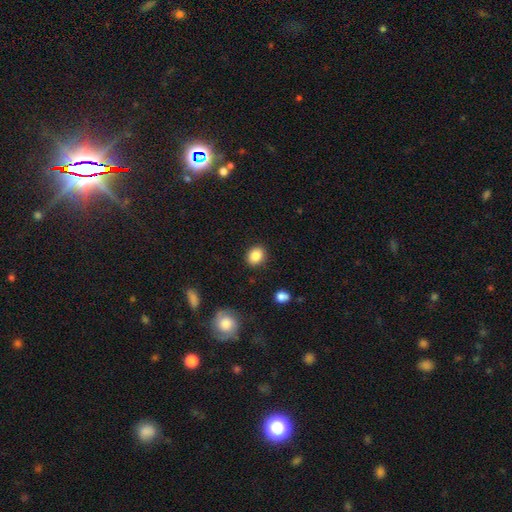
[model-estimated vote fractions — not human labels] smooth_or_featured: smooth (p=0.86) [alt: star or artifact p=0.09]
how_rounded: round (p=0.61) [alt: in between p=0.38]
merging: none (p=0.88) [alt: minor disturbance p=0.08]